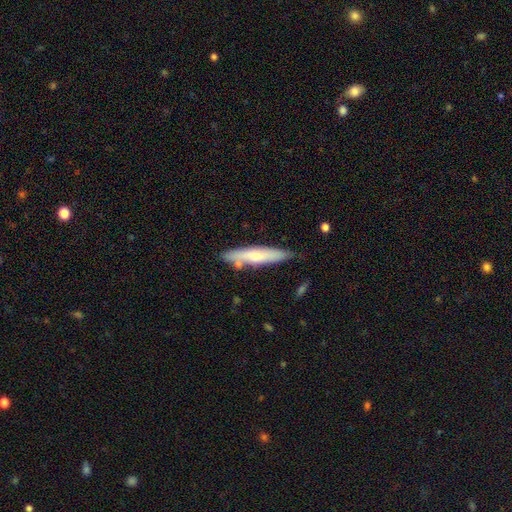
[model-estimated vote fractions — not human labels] A smooth galaxy with no disk features (54%) that is cigar-shaped (84%).

Vote fractions:
- Smooth or featured? smooth: 54% / featured or disk: 41% / star or artifact: 6%
- How rounded? cigar-shaped: 84% / in between: 15% / round: 1%
- Merging? none: 76% / minor disturbance: 16% / merger: 6% / major disturbance: 3%